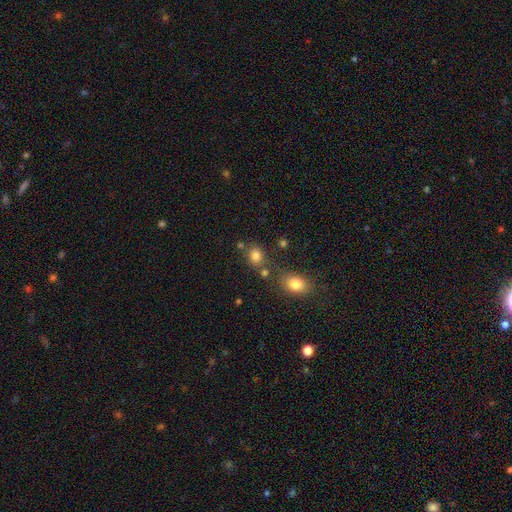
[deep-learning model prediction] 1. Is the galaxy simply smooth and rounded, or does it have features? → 81% smooth, 13% star or artifact, 6% featured or disk.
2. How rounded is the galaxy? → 60% round, 39% in between, 1% cigar-shaped.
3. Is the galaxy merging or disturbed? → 66% none, 17% merger, 12% minor disturbance, 5% major disturbance.